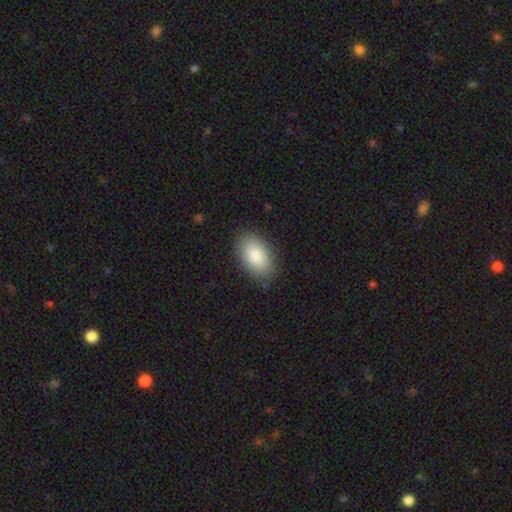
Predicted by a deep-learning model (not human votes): A smooth galaxy with no disk features (87%) that is in between round and cigar-shaped (94%).

Vote fractions:
- Smooth or featured? smooth: 87% / featured or disk: 7% / star or artifact: 6%
- How rounded? in between: 94% / round: 5% / cigar-shaped: 1%
- Merging? none: 85% / minor disturbance: 11% / major disturbance: 3% / merger: 1%